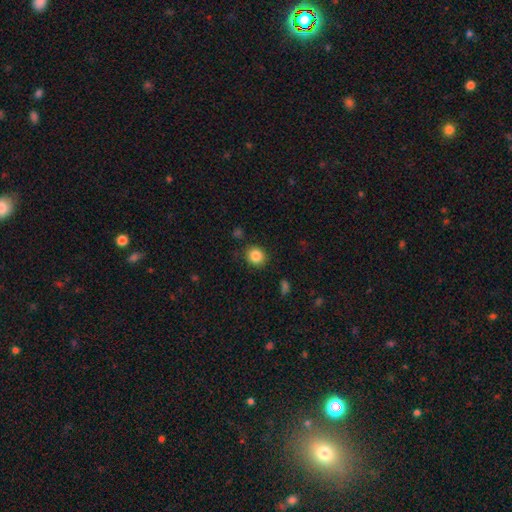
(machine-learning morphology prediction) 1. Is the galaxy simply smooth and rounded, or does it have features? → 86% smooth, 10% star or artifact, 5% featured or disk.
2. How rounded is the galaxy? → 82% round, 17% in between, 1% cigar-shaped.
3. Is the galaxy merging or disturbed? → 87% none, 9% minor disturbance, 3% major disturbance, 2% merger.